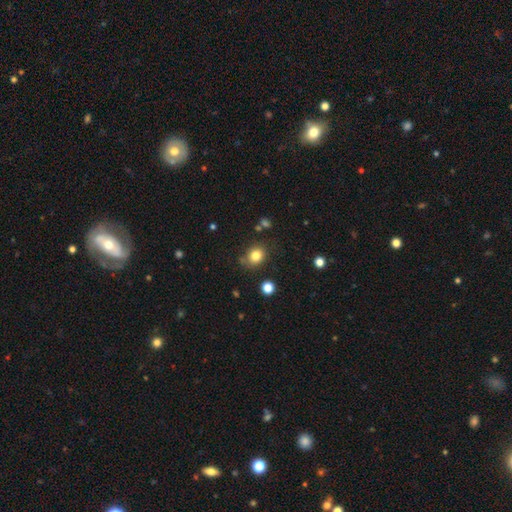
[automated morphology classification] Smooth or featured: smooth — 81% (star or artifact — 12%)
How rounded: round — 69% (in between — 30%)
Merging: none — 78% (minor disturbance — 14%)